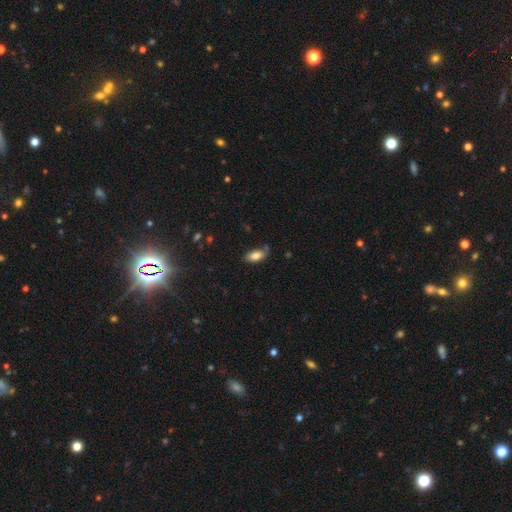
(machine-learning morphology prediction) This is likely a smooth galaxy (80%). How rounded: clearly in between (91%). Merging: likely none (66%).